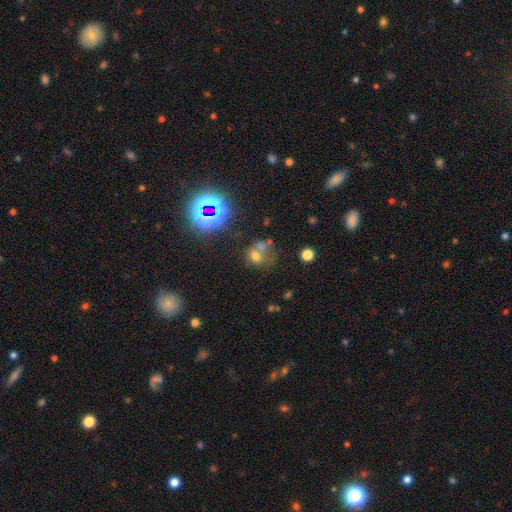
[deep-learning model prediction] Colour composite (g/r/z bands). It shows a smooth galaxy with no disk features (56%) that is round (64%). Merging: merger (41%).